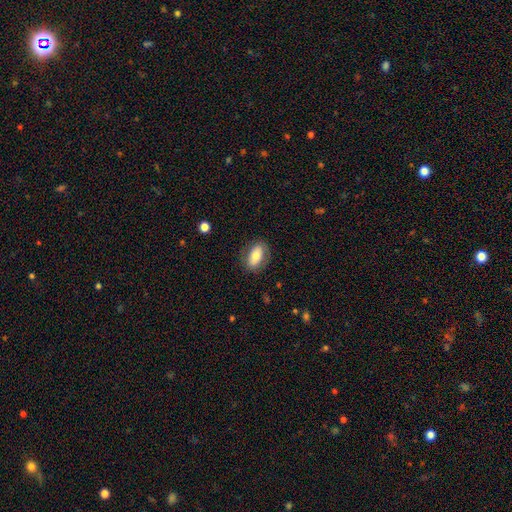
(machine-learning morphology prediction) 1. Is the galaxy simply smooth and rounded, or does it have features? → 71% smooth, 22% featured or disk, 7% star or artifact.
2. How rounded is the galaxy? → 90% in between, 6% round, 4% cigar-shaped.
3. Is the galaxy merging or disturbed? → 79% none, 14% minor disturbance, 6% major disturbance, 1% merger.